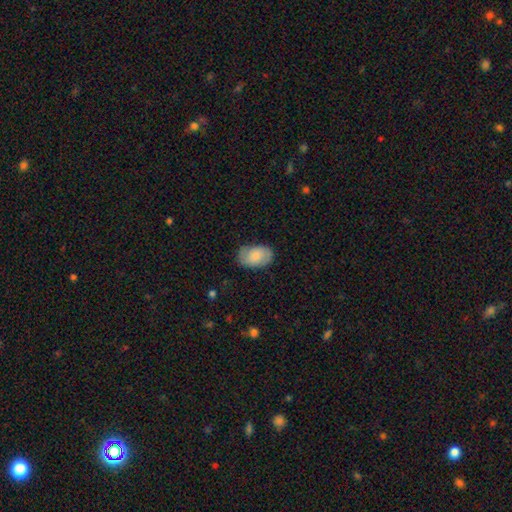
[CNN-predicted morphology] This appears to be a smooth galaxy with no disk features (74%) that is in between round and cigar-shaped (91%). Merging: none (73%).